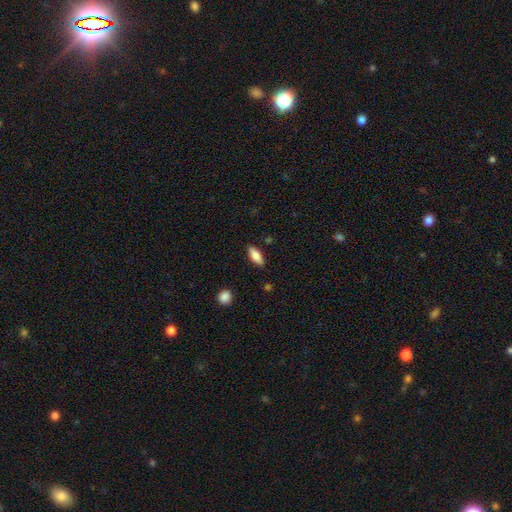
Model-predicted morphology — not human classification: Overall: smooth (80%). How rounded: in between (75%). Merging: none (86%).